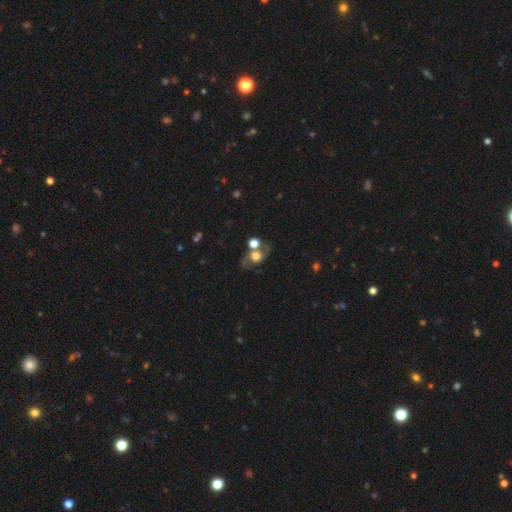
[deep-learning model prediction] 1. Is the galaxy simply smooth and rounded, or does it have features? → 56% featured or disk, 31% smooth, 12% star or artifact.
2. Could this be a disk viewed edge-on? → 94% no, 6% yes.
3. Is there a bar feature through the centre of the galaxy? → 74% no, 21% weak, 5% strong.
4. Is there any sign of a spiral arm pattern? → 75% yes, 25% no.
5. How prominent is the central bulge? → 48% large, 33% moderate, 8% dominant, 8% small, 4% none.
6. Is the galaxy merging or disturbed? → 54% none, 21% merger, 16% minor disturbance, 9% major disturbance.